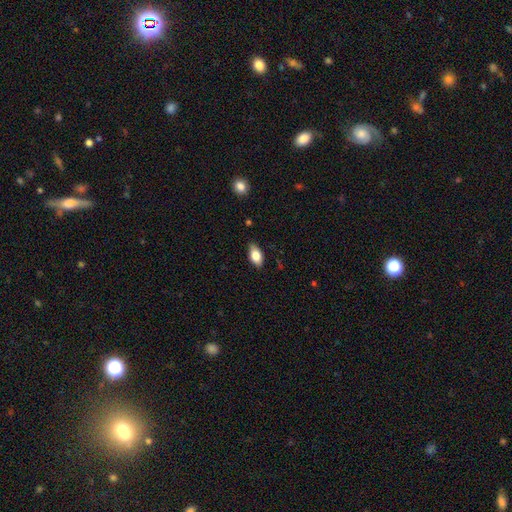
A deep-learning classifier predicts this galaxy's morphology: This is likely a smooth galaxy (79%). How rounded: clearly in between (90%). Merging: clearly none (81%).